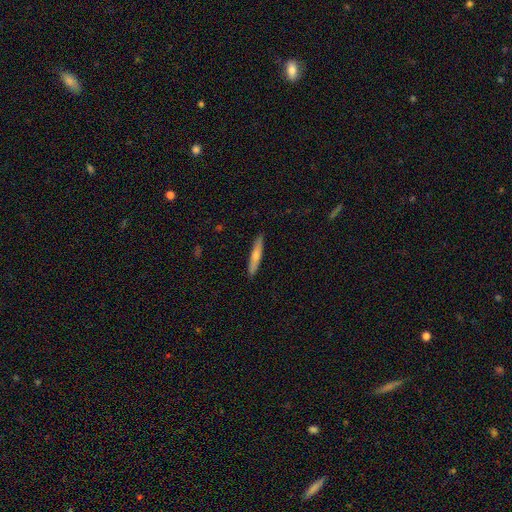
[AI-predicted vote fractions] Smooth or featured? Predicted: smooth (p=0.66). How rounded? Predicted: cigar-shaped (p=0.91). Merging? Predicted: none (p=0.90).